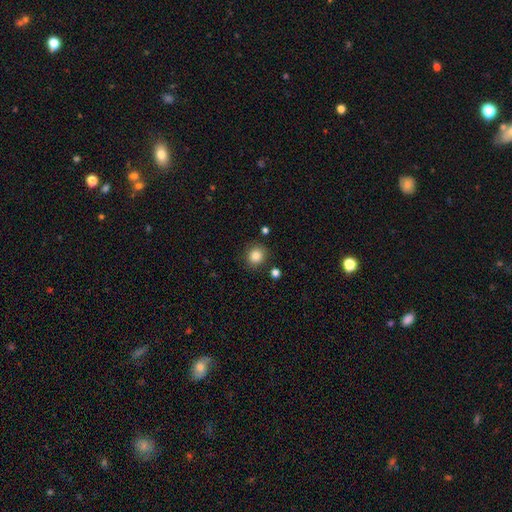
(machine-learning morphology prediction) This appears to be a smooth galaxy with no disk features (85%) that is round (83%). Merging: none (85%).